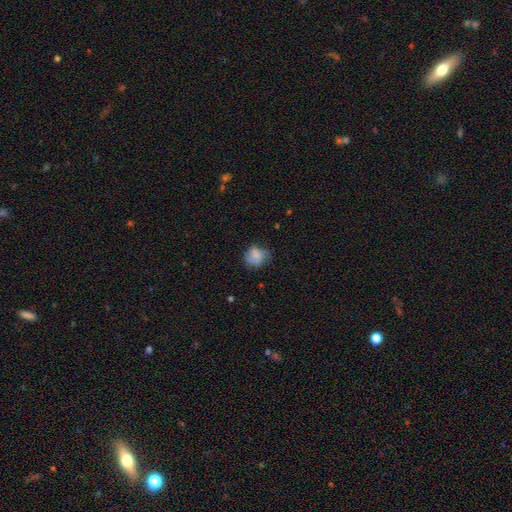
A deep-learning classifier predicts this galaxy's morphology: Smooth or featured? smooth (68%)
How rounded? round (68%)
Merging? none (54%)